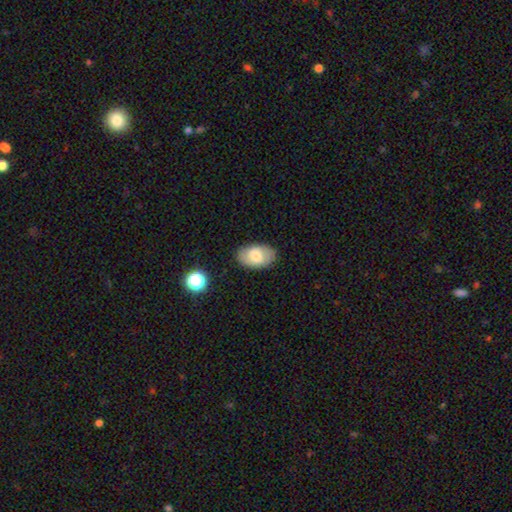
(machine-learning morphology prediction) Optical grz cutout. It shows a smooth galaxy with no disk features (70%) that is in between round and cigar-shaped (92%). Merging: none (85%).